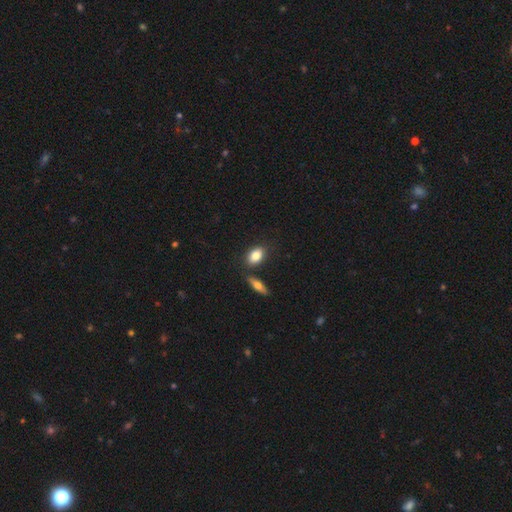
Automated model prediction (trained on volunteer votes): This is clearly a smooth galaxy (81%). How rounded: clearly in between (84%). Merging: likely none (76%).